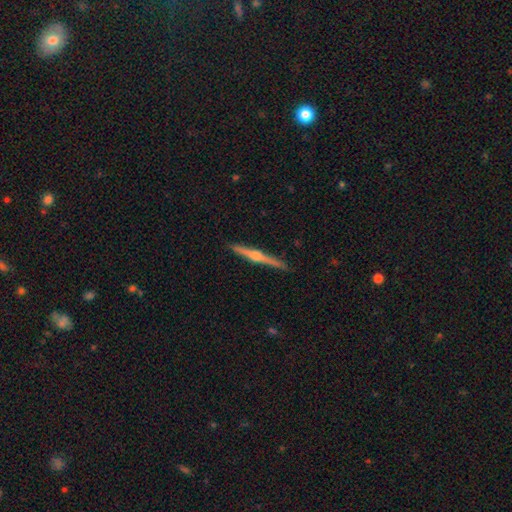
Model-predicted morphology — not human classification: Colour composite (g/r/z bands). It shows a featured or disk galaxy (78%) viewed edge-on (99%) with a rounded central bulge (91%). Merging: none (92%).